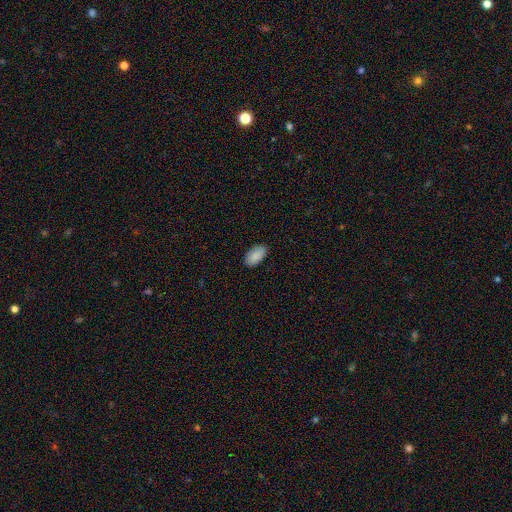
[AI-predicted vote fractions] A smooth galaxy with no disk features (90%) that is in between round and cigar-shaped (95%). Merging: none (88%).